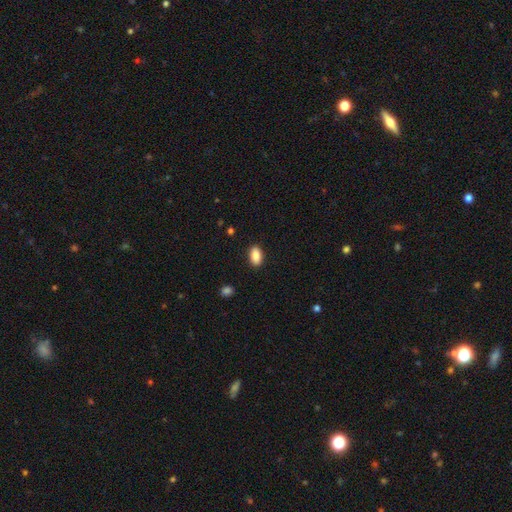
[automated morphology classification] Smooth or featured?
  - smooth: 88% *
  - star or artifact: 7%
  - featured or disk: 5%
How rounded?
  - in between: 91% *
  - round: 5%
  - cigar-shaped: 4%
Merging?
  - none: 89% *
  - minor disturbance: 8%
  - major disturbance: 2%
  - merger: 1%